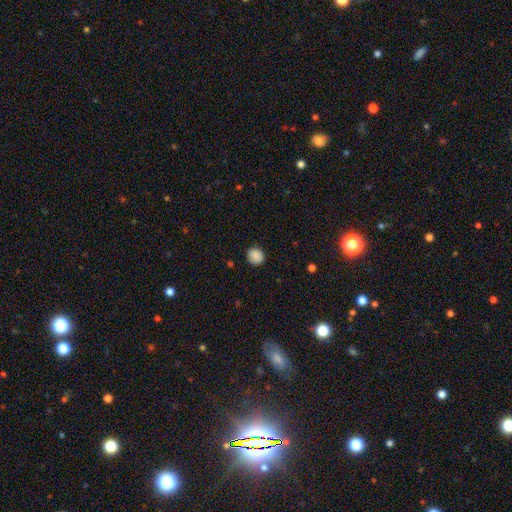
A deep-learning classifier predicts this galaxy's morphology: This appears to be a smooth galaxy with no disk features (88%) that is round (84%). Merging: none (87%).